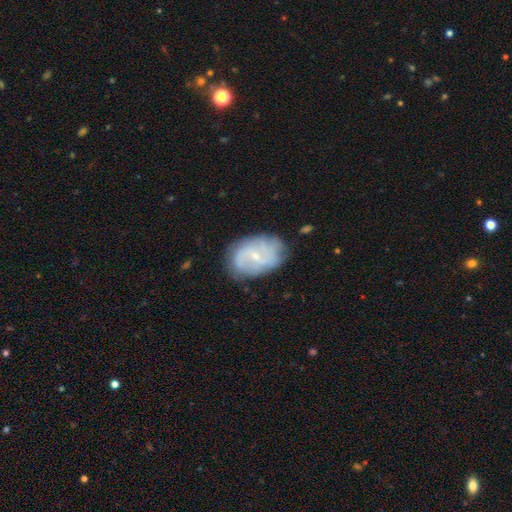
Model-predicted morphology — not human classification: The model was most divided on "bar": weak: 50%, no: 36%, strong: 14%. More confident: edge-on disk — no (96%); spiral arms — yes (74%); bulge size — small (73%); merging — none (69%); smooth or featured — featured or disk (66%).